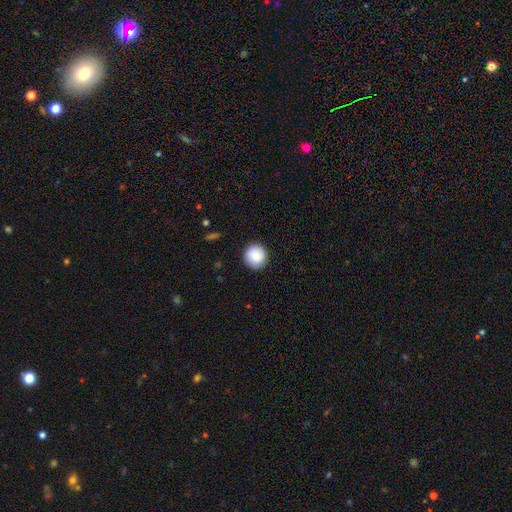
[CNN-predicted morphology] Q: Smooth or featured?
A: smooth (86%); runner-up: star or artifact (8%)
Q: How rounded?
A: round (92%); runner-up: in between (7%)
Q: Merging?
A: none (90%); runner-up: minor disturbance (7%)